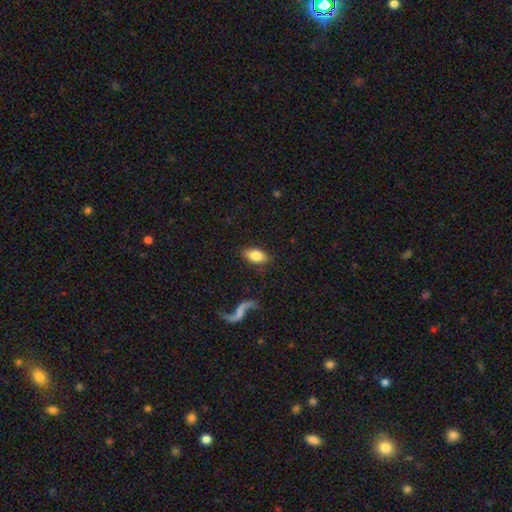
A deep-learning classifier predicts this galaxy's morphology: smooth 78%, featured or disk 16%, star or artifact 7%. Down the decision tree: how rounded — in between (92%); merging — none (82%).